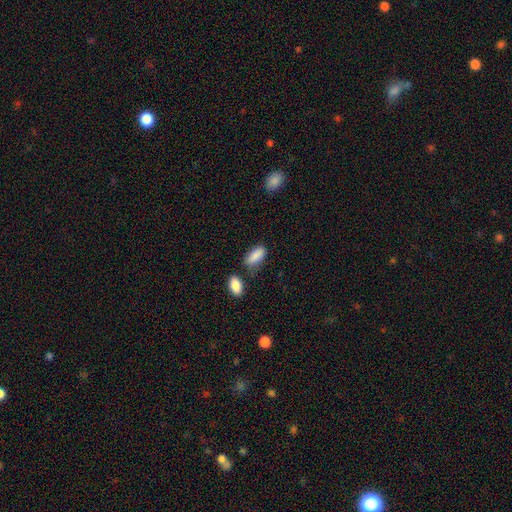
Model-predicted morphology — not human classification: Overall: smooth (87%). How rounded: in between (82%). Merging: none (62%).